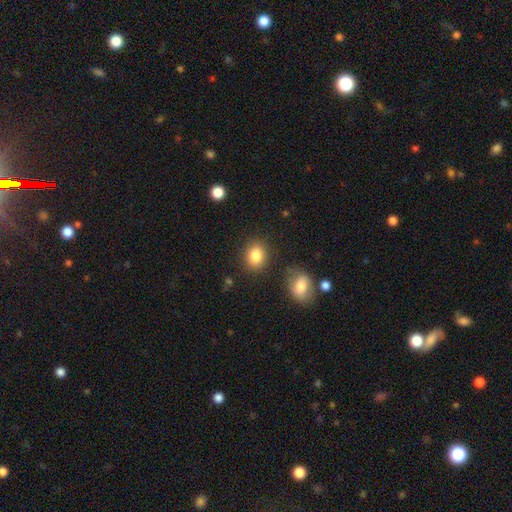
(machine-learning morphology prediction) This appears to be a smooth galaxy with no disk features (84%) that is round (53%). Merging: none (84%).